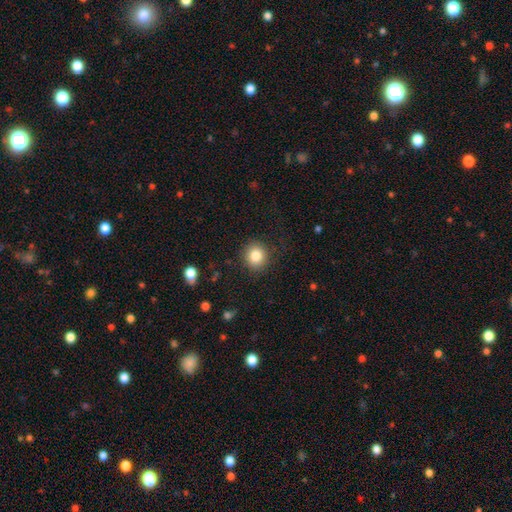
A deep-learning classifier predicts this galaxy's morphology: This is clearly a smooth galaxy (84%). How rounded: clearly round (86%). Merging: clearly none (87%).